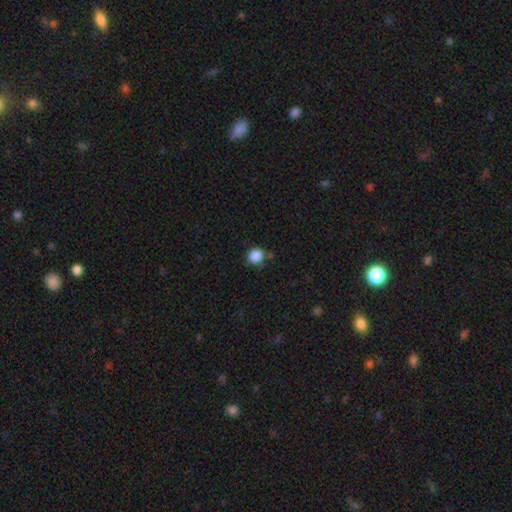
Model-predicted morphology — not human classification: Smooth or featured: smooth — 87% (star or artifact — 10%)
How rounded: round — 86% (in between — 13%)
Merging: none — 76% (minor disturbance — 15%)